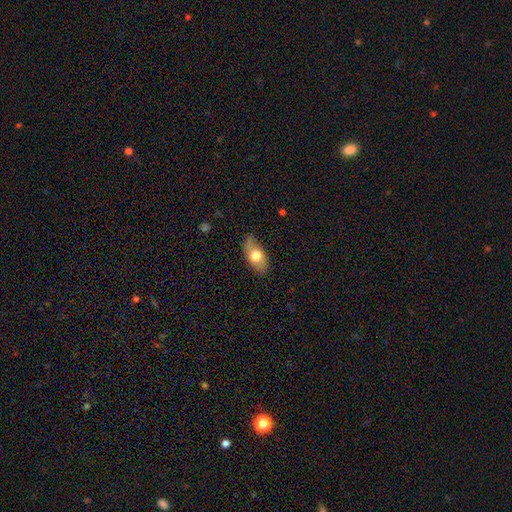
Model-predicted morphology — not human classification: Smooth or featured? smooth (66%)
How rounded? in between (88%)
Merging? none (77%)